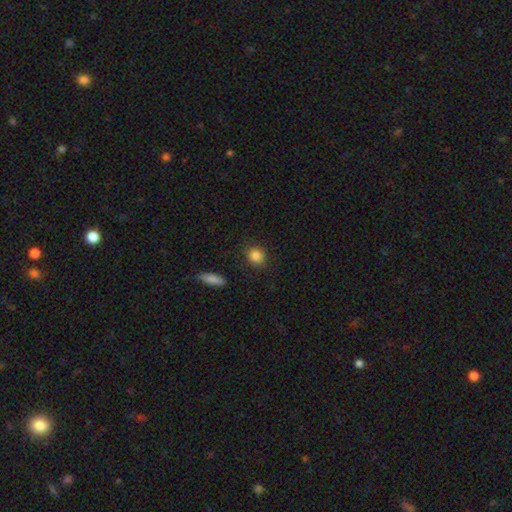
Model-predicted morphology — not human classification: Smooth or featured? Predicted: smooth (p=0.86). How rounded? Predicted: round (p=0.67). Merging? Predicted: none (p=0.87).